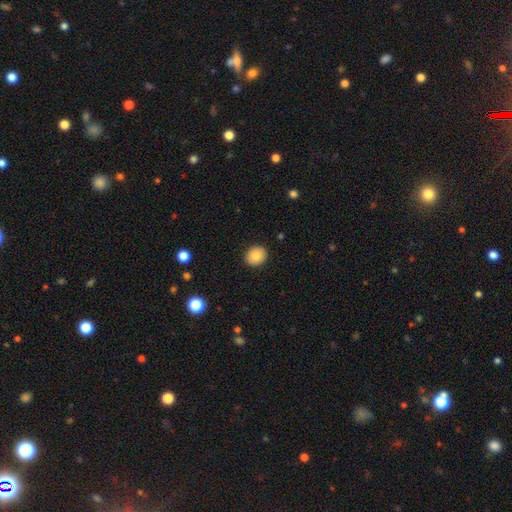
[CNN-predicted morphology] Smooth or featured? Predicted: smooth (p=0.85). How rounded? Predicted: round (p=0.72). Merging? Predicted: none (p=0.91).